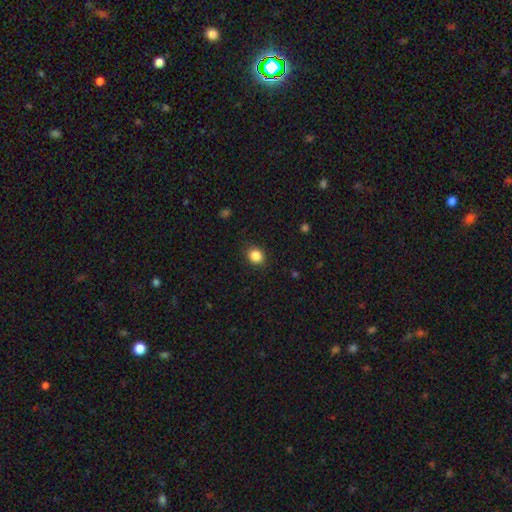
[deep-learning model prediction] Smooth or featured? smooth (86%)
How rounded? round (73%)
Merging? none (88%)